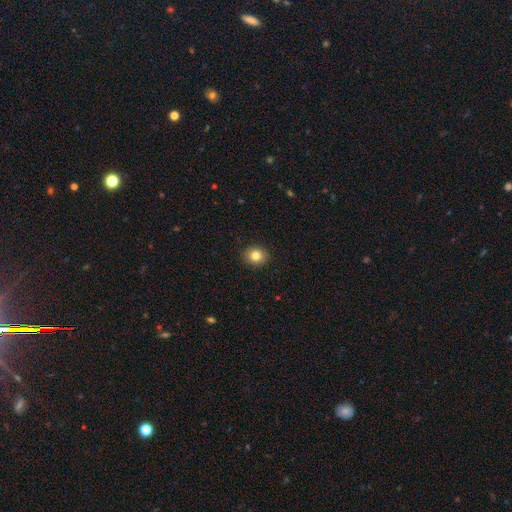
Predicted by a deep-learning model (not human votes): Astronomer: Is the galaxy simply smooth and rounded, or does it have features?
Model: smooth — 82%.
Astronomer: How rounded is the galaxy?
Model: round — 72%.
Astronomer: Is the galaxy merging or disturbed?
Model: none — 91%.